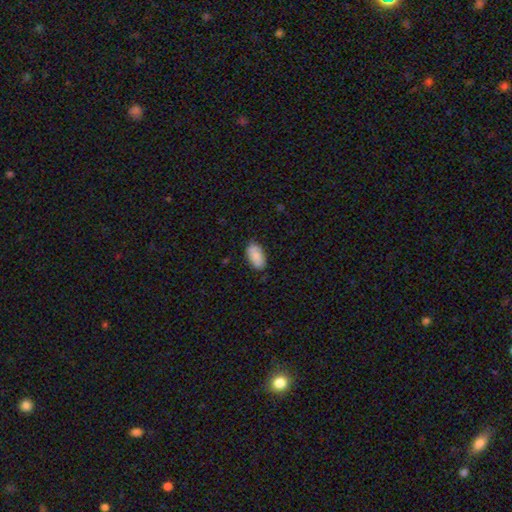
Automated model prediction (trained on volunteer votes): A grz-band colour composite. It shows a smooth galaxy with no disk features (85%) that is in between round and cigar-shaped (94%). Merging: none (83%).